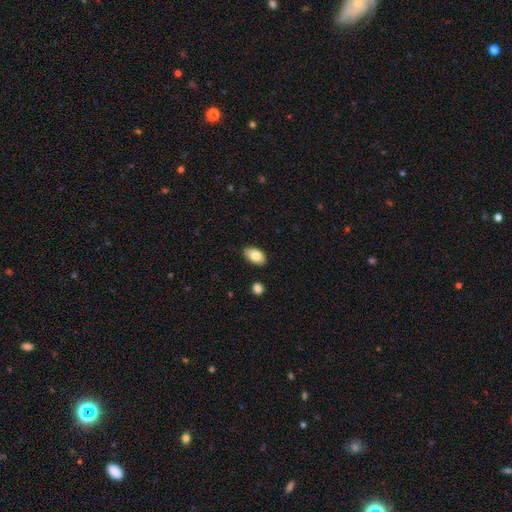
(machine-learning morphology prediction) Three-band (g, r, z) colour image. It shows a smooth galaxy with no disk features (82%) that is in between round and cigar-shaped (93%). Merging: none (82%).